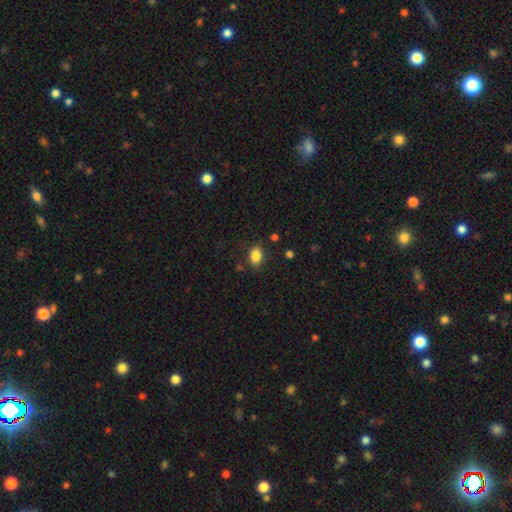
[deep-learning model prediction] smooth-or-featured: smooth: 85% | star or artifact: 10% | featured or disk: 5%
  how-rounded: in between: 80% | round: 18% | cigar-shaped: 1%
  merging: none: 82% | minor disturbance: 12% | major disturbance: 3% | merger: 2%